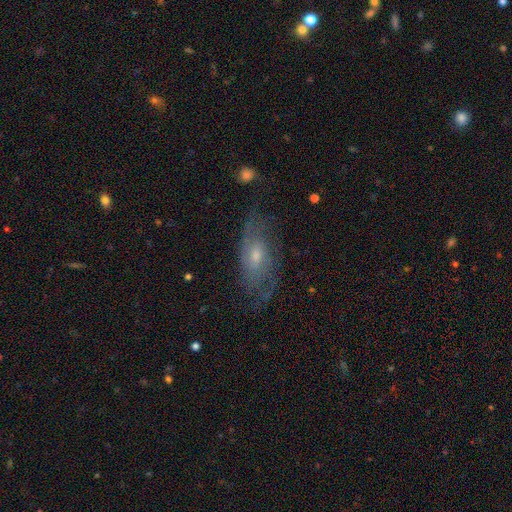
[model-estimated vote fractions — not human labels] Smooth or featured? featured or disk (68%)
Edge-on disk? no (87%)
Bar? no (61%)
Spiral arms? yes (84%)
Bulge size? small (48%)
Merging? none (70%)